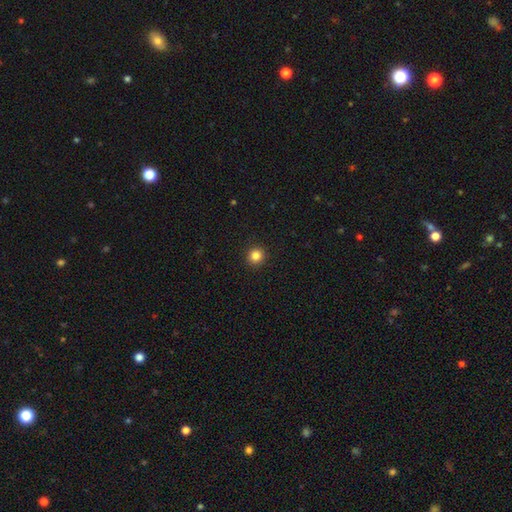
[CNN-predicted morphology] The model was most divided on "smooth or featured": smooth: 84%, star or artifact: 12%, featured or disk: 4%. More confident: how rounded — round (94%); merging — none (93%).